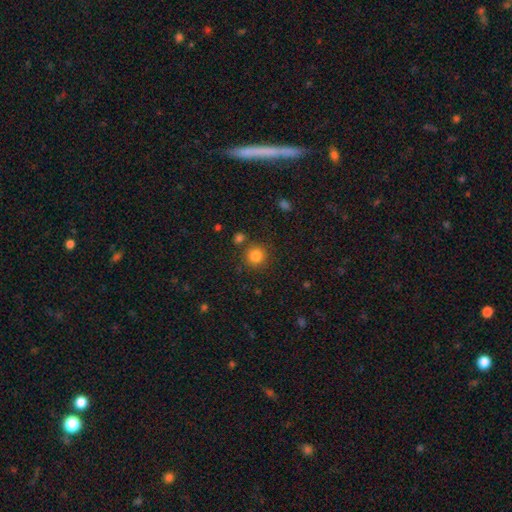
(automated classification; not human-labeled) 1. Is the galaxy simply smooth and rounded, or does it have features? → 83% smooth, 12% star or artifact, 5% featured or disk.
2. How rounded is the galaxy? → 92% round, 7% in between, 1% cigar-shaped.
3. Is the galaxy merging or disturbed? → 82% none, 8% minor disturbance, 7% merger, 3% major disturbance.